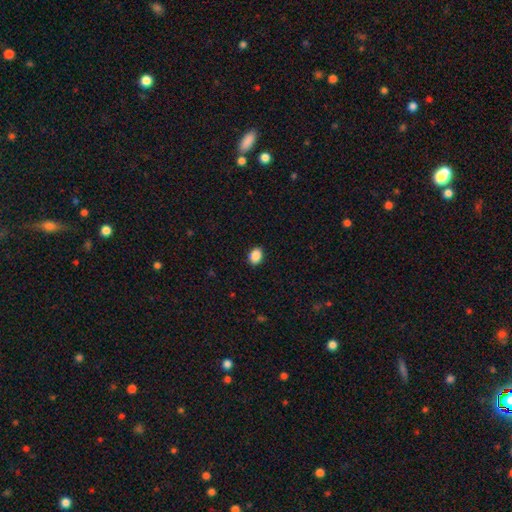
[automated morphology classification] Q: Smooth or featured?
A: smooth (89%); runner-up: star or artifact (8%)
Q: How rounded?
A: in between (70%); runner-up: round (28%)
Q: Merging?
A: none (88%); runner-up: minor disturbance (9%)